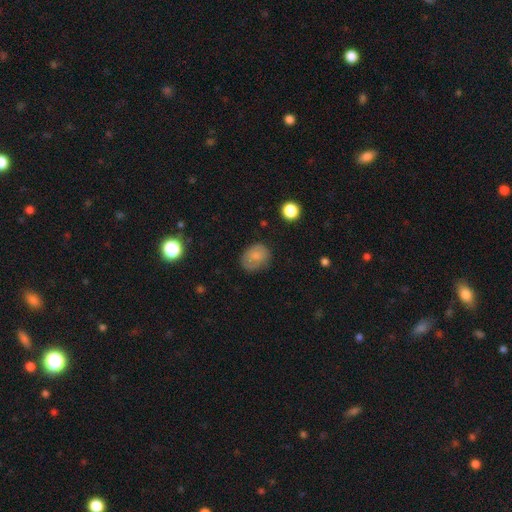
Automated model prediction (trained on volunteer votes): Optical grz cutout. It shows a smooth galaxy with no disk features (72%) that is in between round and cigar-shaped (56%). Merging: none (66%).